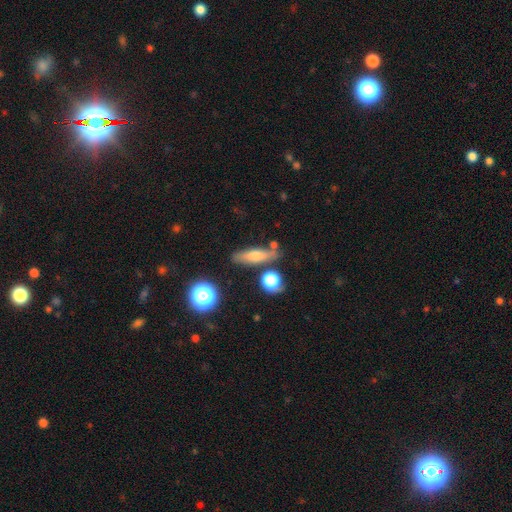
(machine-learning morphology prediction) smooth-or-featured: smooth: 54% | featured or disk: 35% | star or artifact: 11%
  how-rounded: cigar-shaped: 63% | in between: 29% | round: 9%
  merging: none: 77% | minor disturbance: 13% | merger: 7% | major disturbance: 4%